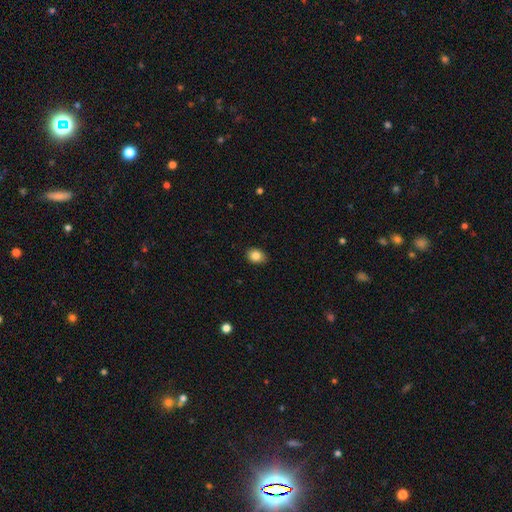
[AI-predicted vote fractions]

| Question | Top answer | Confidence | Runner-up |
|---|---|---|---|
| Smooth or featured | smooth | 86% | star or artifact (9%) |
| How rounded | in between | 62% | round (37%) |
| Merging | none | 89% | minor disturbance (9%) |